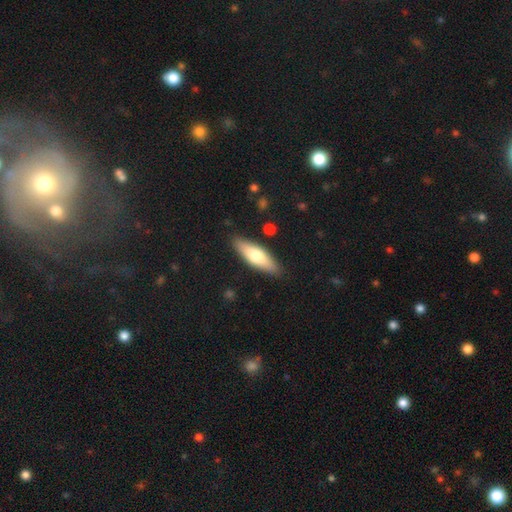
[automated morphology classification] Smooth or featured? Predicted: smooth (p=0.65). How rounded? Predicted: cigar-shaped (p=0.50). Merging? Predicted: none (p=0.87).